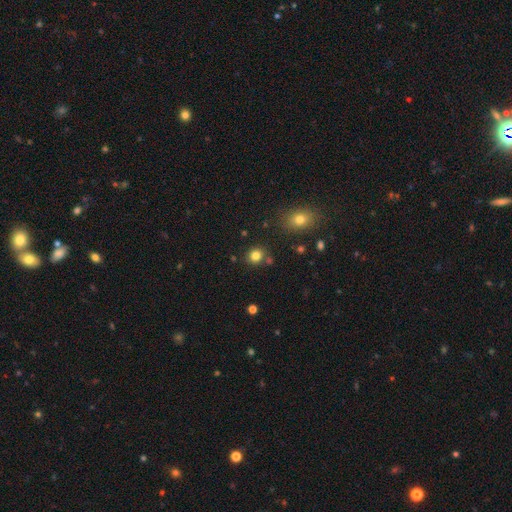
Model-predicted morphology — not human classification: Overall: smooth (81%). How rounded: round (81%). Merging: none (81%).